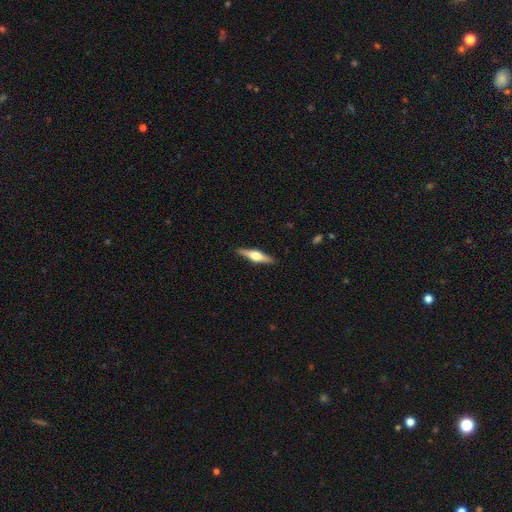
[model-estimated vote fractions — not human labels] Smooth or featured? Predicted: featured or disk (p=0.69). Edge-on disk? Predicted: yes (p=0.97). Edge-on bulge? Predicted: rounded (p=0.93). Merging? Predicted: none (p=0.90).